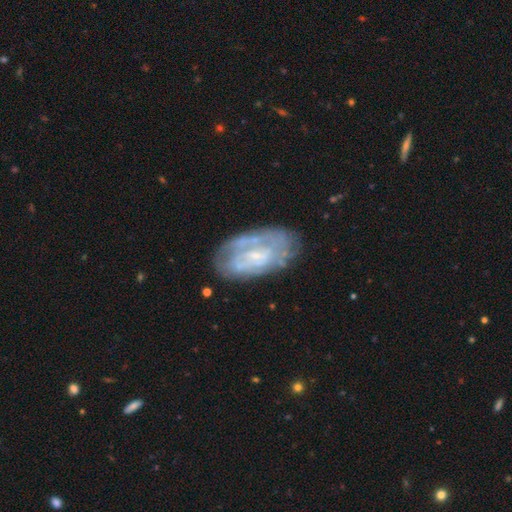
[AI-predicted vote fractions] The model was most divided on "spiral arms": yes: 54%, no: 46%. More confident: edge-on disk — no (95%); smooth or featured — featured or disk (68%); merging — none (63%); bulge size — small (63%); bar — no (60%).